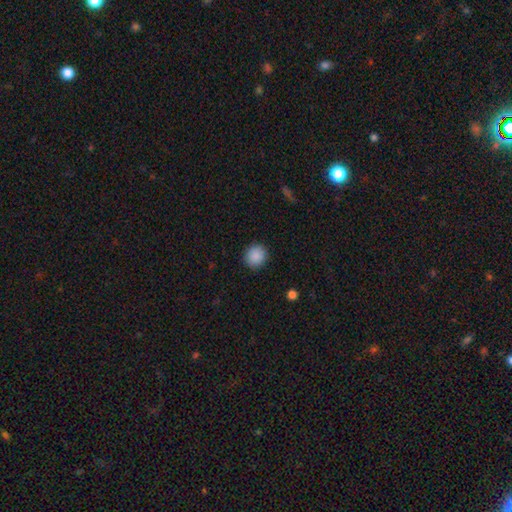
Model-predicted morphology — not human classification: Smooth or featured?
  - smooth: 89% *
  - star or artifact: 8%
  - featured or disk: 3%
How rounded?
  - round: 89% *
  - in between: 10%
  - cigar-shaped: 1%
Merging?
  - none: 90% *
  - minor disturbance: 7%
  - major disturbance: 2%
  - merger: 1%